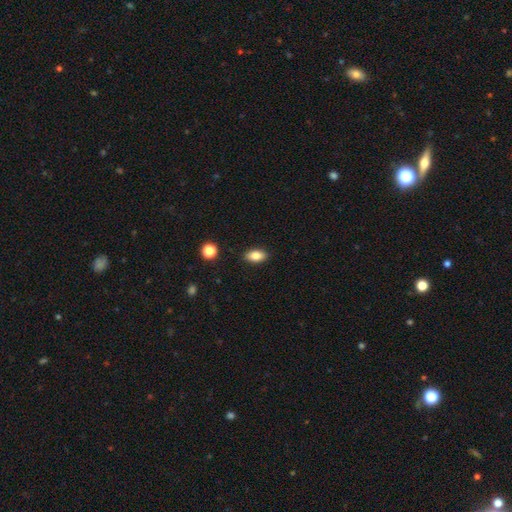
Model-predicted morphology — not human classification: This is clearly a smooth galaxy (83%). How rounded: clearly in between (89%). Merging: clearly none (89%).